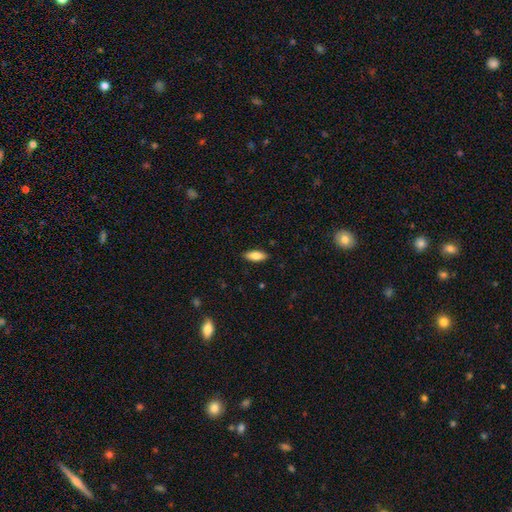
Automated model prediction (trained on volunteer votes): Morphology: type=smooth (80%); roundness=in between (77%); merging=none (89%).